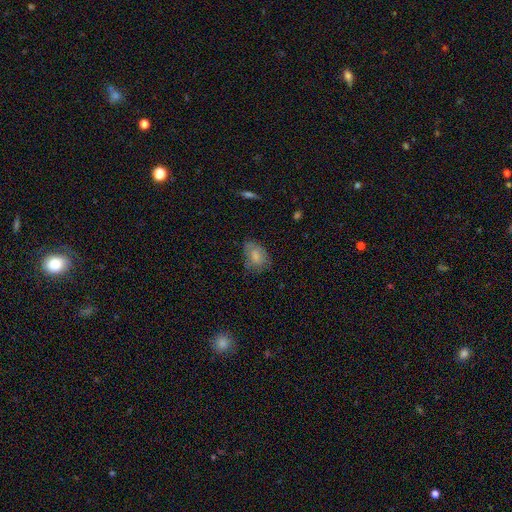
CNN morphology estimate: A smooth galaxy with no disk features (74%) that is in between round and cigar-shaped (82%).

Vote fractions:
- Smooth or featured? smooth: 74% / featured or disk: 18% / star or artifact: 8%
- How rounded? in between: 82% / round: 17% / cigar-shaped: 2%
- Merging? none: 59% / minor disturbance: 28% / major disturbance: 11% / merger: 2%